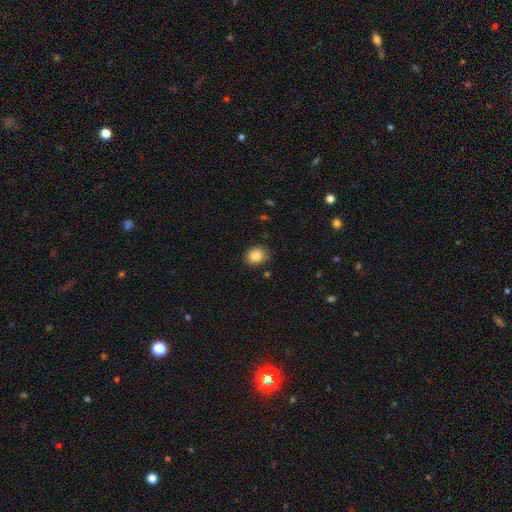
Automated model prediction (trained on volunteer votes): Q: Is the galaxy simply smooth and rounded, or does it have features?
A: smooth — 86%.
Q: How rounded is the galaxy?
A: round — 59%.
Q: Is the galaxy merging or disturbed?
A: none — 84%.